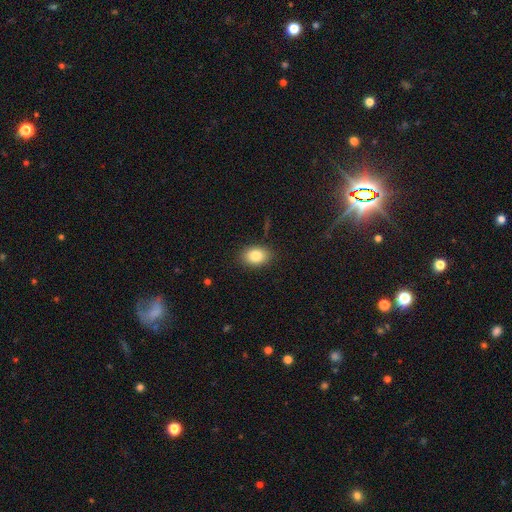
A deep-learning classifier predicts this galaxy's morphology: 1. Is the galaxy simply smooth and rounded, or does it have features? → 83% smooth, 9% star or artifact, 8% featured or disk.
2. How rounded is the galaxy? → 74% in between, 25% round, 1% cigar-shaped.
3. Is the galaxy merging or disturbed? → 87% none, 9% minor disturbance, 2% major disturbance, 1% merger.